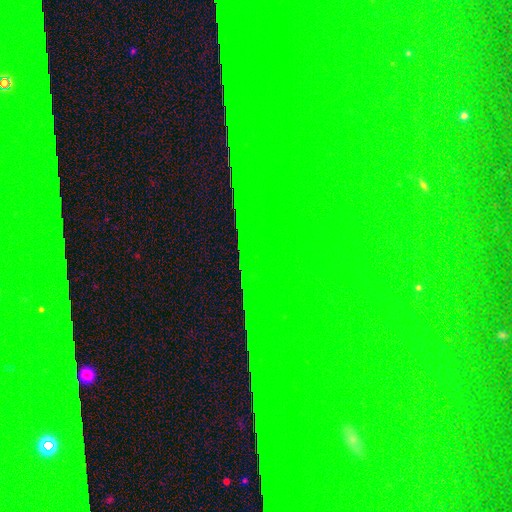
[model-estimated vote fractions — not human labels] star or artifact 87%, featured or disk 7%, smooth 5%.